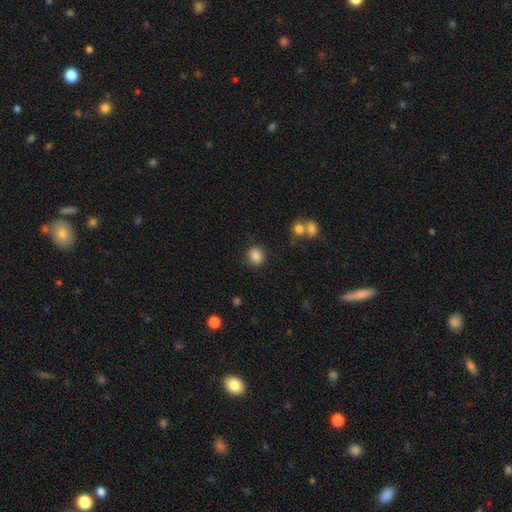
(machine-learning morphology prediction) Smooth or featured: smooth — 86% (star or artifact — 10%)
How rounded: round — 72% (in between — 27%)
Merging: none — 83% (minor disturbance — 10%)